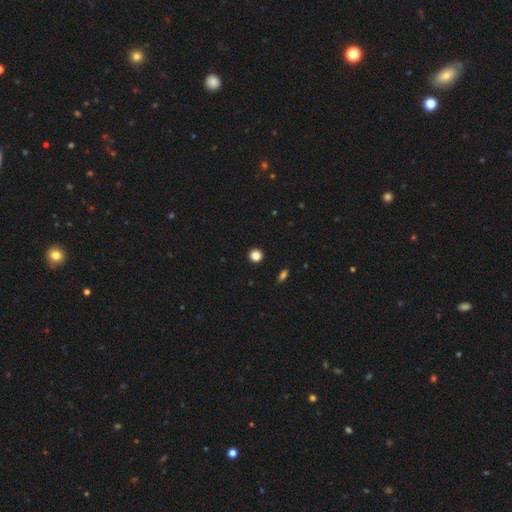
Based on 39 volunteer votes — A smooth galaxy with no disk features (92%) that is round (94%). Merging: none (100%).